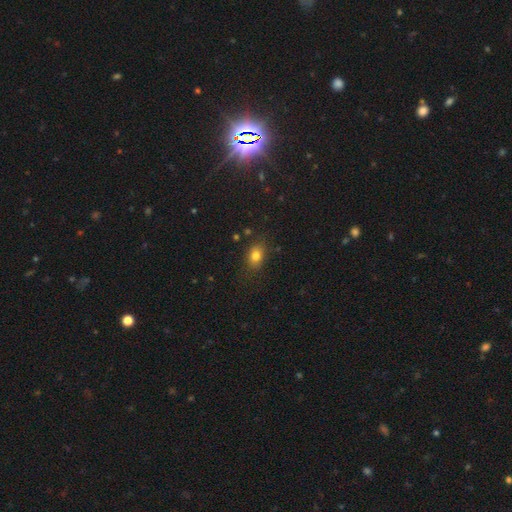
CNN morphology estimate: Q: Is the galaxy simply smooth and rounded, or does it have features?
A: smooth — 80%.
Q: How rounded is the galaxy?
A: in between — 69%.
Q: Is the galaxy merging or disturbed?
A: none — 80%.